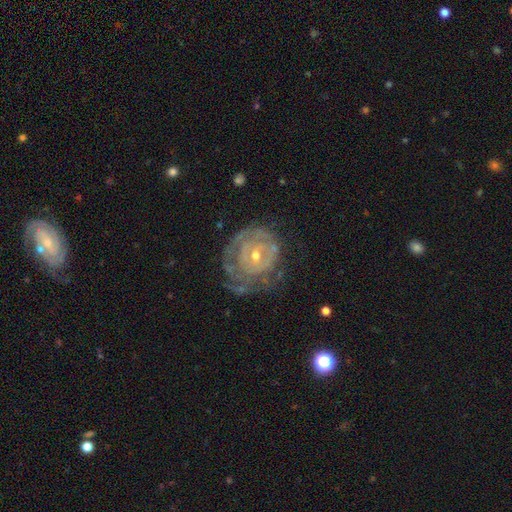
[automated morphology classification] Smooth or featured? featured or disk (82%)
Edge-on disk? no (97%)
Bar? no (58%)
Spiral arms? yes (82%)
Spiral winding? tight (76%)
Spiral arm count? can't tell (53%)
Bulge size? small (58%)
Merging? none (56%)